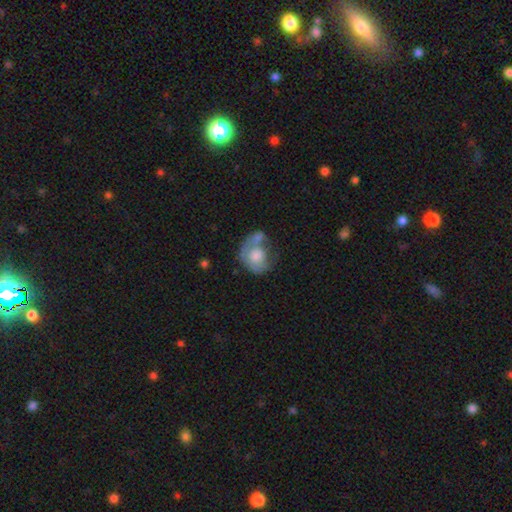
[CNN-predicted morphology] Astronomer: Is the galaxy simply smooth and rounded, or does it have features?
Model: smooth — 54% (runner-up: featured or disk, 39%).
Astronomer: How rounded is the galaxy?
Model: round — 54% (runner-up: in between, 45%).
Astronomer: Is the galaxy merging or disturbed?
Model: none — 29% (runner-up: merger, 27%).